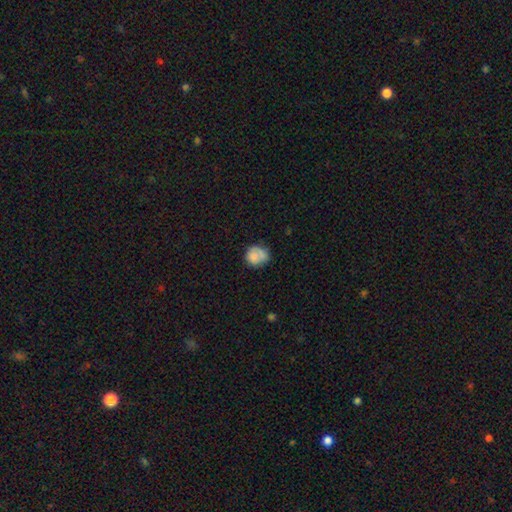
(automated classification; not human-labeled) smooth-or-featured: smooth: 72% | featured or disk: 19% | star or artifact: 8%
  how-rounded: round: 75% | in between: 24% | cigar-shaped: 1%
  merging: none: 54% | minor disturbance: 27% | major disturbance: 12% | merger: 7%